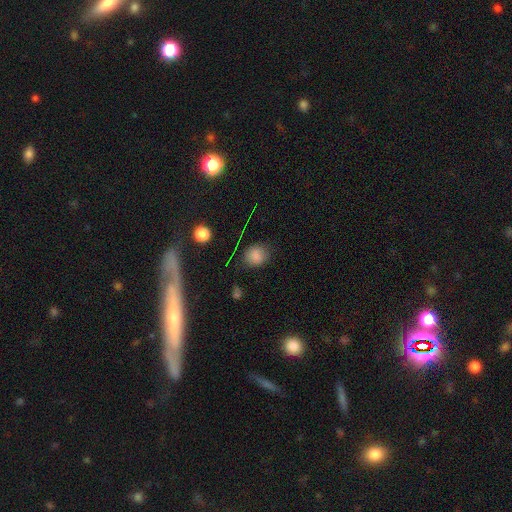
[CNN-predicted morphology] type=smooth (77%); roundness=round (66%); merging=none (77%).